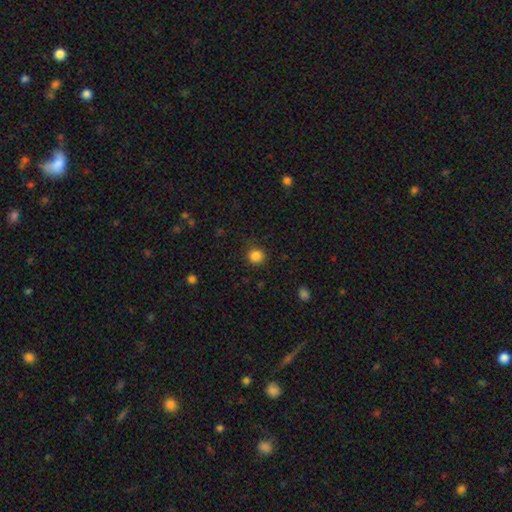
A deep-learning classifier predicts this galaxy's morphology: The model was most divided on "smooth or featured": smooth: 85%, star or artifact: 11%, featured or disk: 4%. More confident: how rounded — round (90%); merging — none (87%).